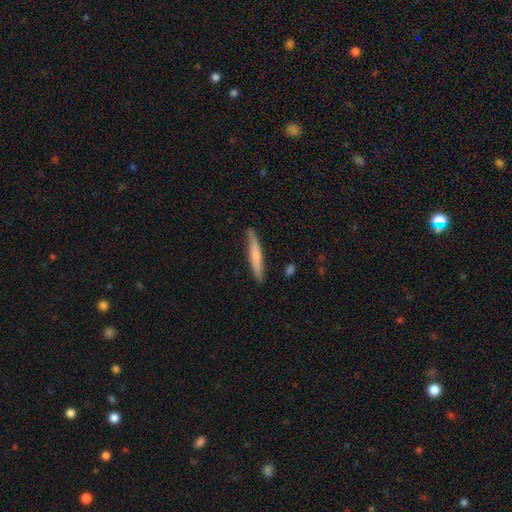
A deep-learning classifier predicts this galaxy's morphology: This appears to be a smooth galaxy with no disk features (64%) that is cigar-shaped (93%). Merging: none (81%).